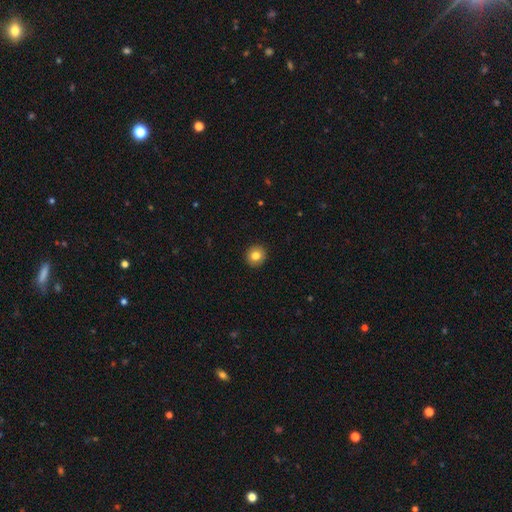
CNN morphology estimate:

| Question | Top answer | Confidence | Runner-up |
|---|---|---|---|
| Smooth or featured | smooth | 82% | star or artifact (10%) |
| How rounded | round | 90% | in between (9%) |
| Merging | none | 93% | minor disturbance (5%) |